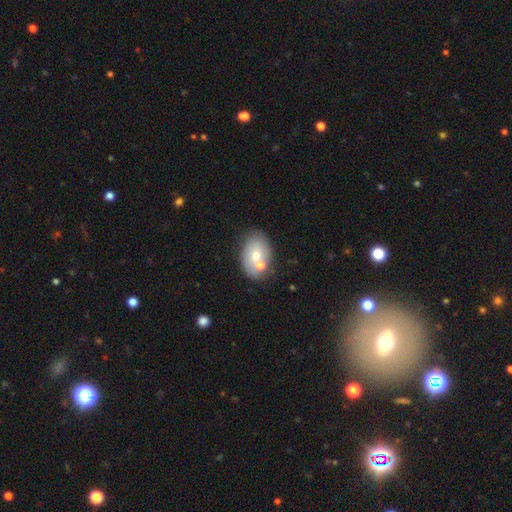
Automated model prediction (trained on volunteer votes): Q: Smooth or featured?
A: smooth (64%); runner-up: featured or disk (28%)
Q: How rounded?
A: in between (81%); runner-up: round (18%)
Q: Merging?
A: none (55%); runner-up: merger (25%)